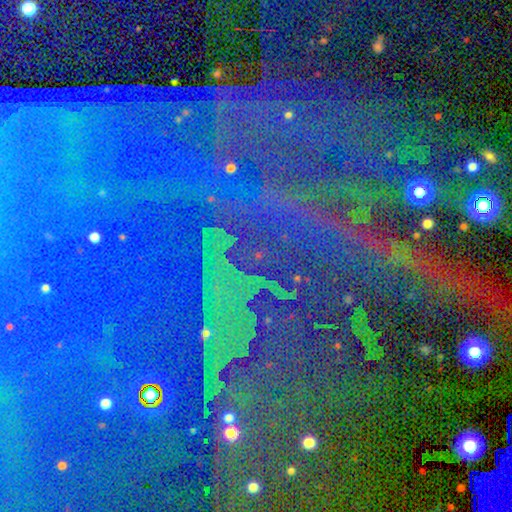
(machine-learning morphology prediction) type=star or artifact (87%).